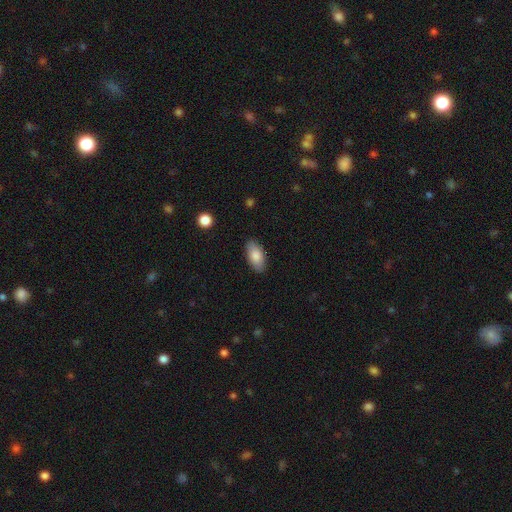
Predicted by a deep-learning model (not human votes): Q: Smooth or featured?
A: smooth (85%); runner-up: featured or disk (9%)
Q: How rounded?
A: in between (93%); runner-up: cigar-shaped (5%)
Q: Merging?
A: none (86%); runner-up: minor disturbance (10%)